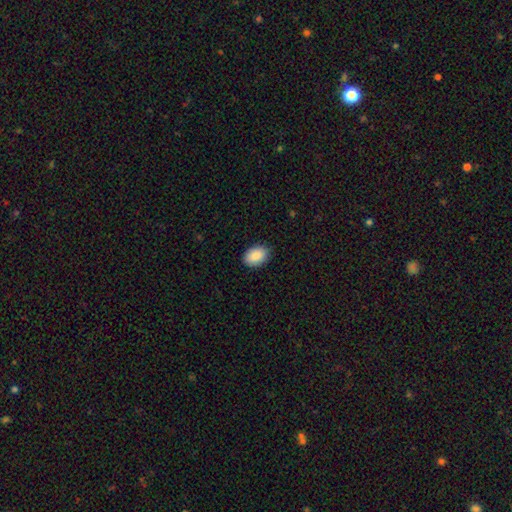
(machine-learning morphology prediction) Q: Smooth or featured?
A: smooth (90%); runner-up: star or artifact (6%)
Q: How rounded?
A: in between (88%); runner-up: round (11%)
Q: Merging?
A: none (86%); runner-up: minor disturbance (11%)